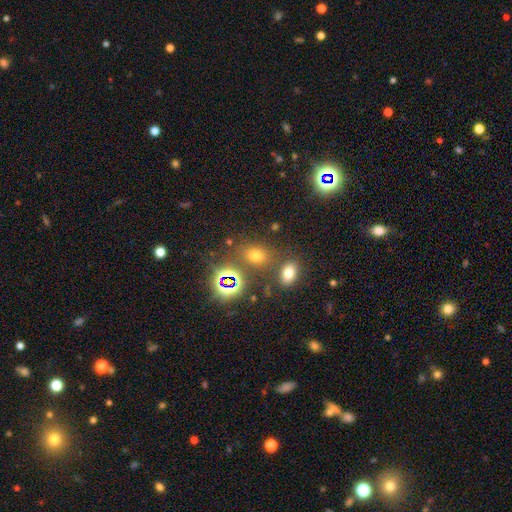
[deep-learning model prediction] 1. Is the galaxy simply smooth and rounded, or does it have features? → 56% smooth, 36% star or artifact, 8% featured or disk.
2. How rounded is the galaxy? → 59% in between, 39% round, 2% cigar-shaped.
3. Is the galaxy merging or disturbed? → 73% none, 12% merger, 10% minor disturbance, 5% major disturbance.